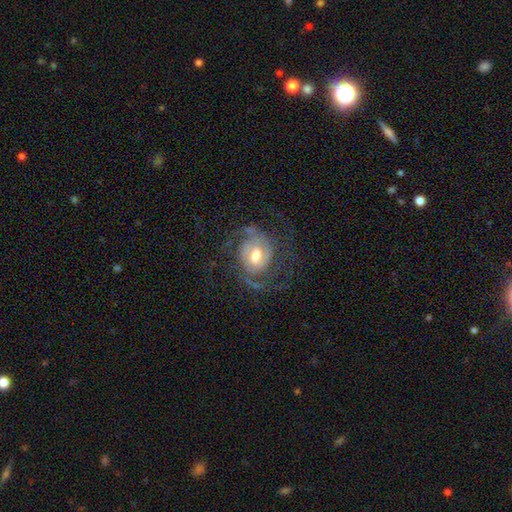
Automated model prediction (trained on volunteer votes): Smooth or featured? featured or disk (78%)
Edge-on disk? no (97%)
Bar? weak (49%)
Spiral arms? yes (90%)
Spiral winding? medium (45%)
Spiral arm count? 2 (51%)
Bulge size? moderate (68%)
Merging? none (57%)